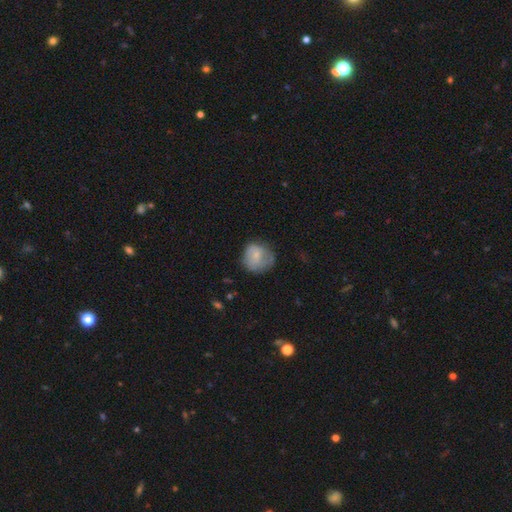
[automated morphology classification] A smooth galaxy with no disk features (72%) that is round (81%). Merging: none (56%).